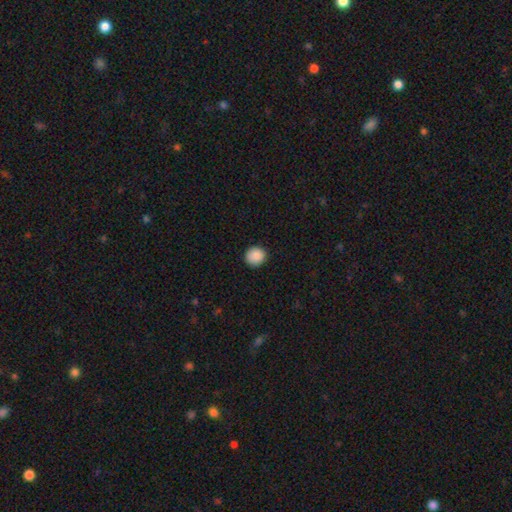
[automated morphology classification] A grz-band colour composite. It shows a smooth galaxy with no disk features (89%) that is round (91%). Merging: none (91%).